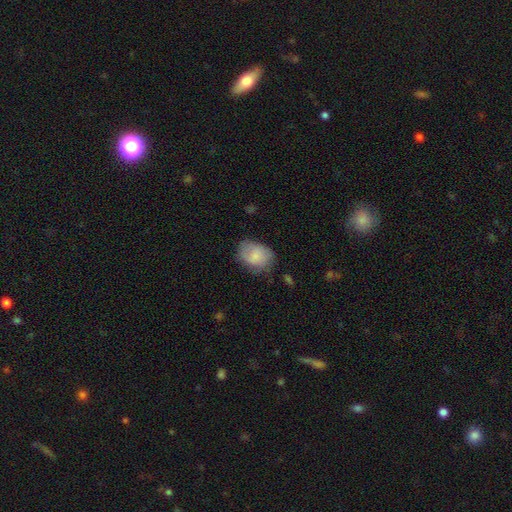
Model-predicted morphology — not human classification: smooth-or-featured: smooth: 77% | featured or disk: 16% | star or artifact: 7%
  how-rounded: in between: 65% | round: 34% | cigar-shaped: 1%
  merging: none: 59% | minor disturbance: 30% | major disturbance: 10% | merger: 2%